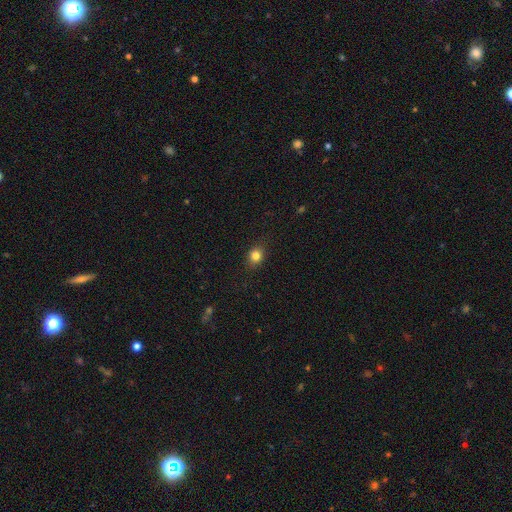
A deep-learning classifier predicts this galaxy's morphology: Smooth or featured? smooth (82%)
How rounded? round (60%)
Merging? none (85%)